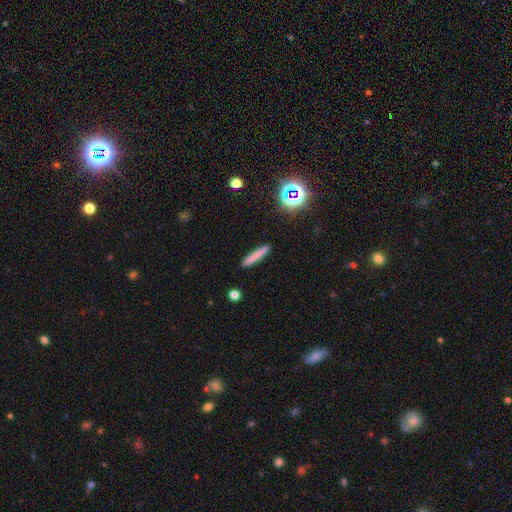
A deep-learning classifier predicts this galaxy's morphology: Overall: smooth (76%). How rounded: cigar-shaped (93%). Merging: none (89%).